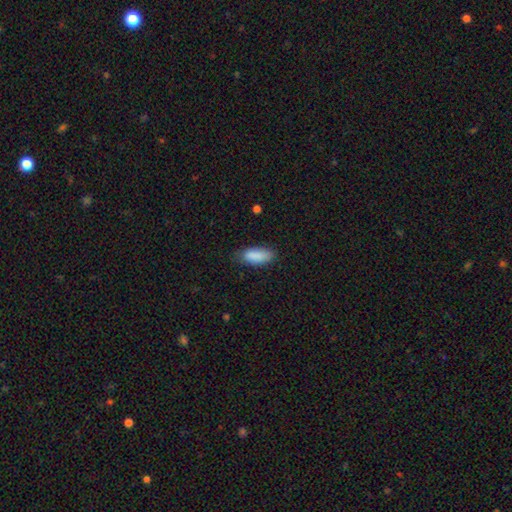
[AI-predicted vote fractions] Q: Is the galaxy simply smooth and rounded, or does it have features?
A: smooth — 88%.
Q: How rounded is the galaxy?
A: in between — 80%.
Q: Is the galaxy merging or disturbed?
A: none — 77%.